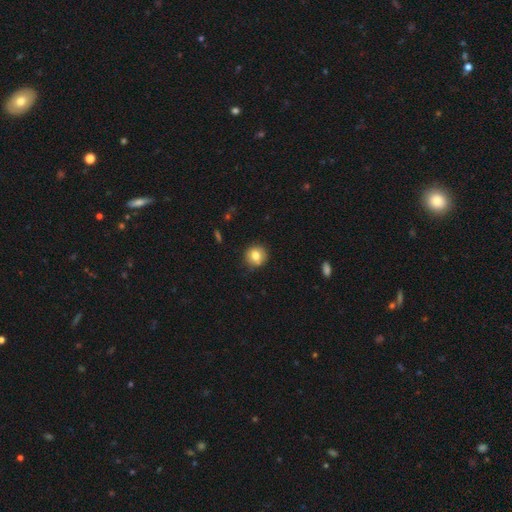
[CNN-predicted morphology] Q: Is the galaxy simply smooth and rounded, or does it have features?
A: smooth — 79%.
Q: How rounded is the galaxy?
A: round — 91%.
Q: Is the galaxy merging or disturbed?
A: none — 86%.